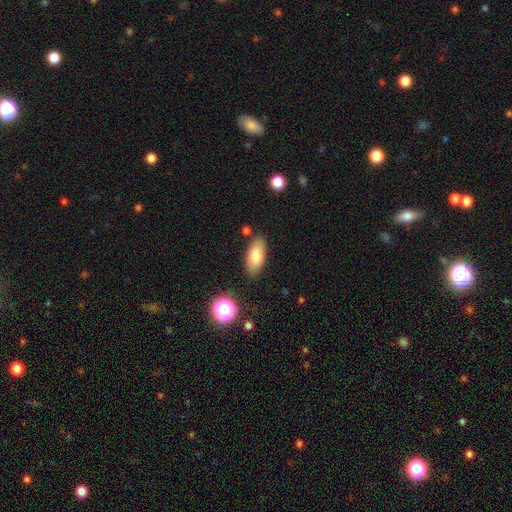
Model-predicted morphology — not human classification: A smooth galaxy with no disk features (80%) that is in between round and cigar-shaped (87%).

Vote fractions:
- Smooth or featured? smooth: 80% / featured or disk: 13% / star or artifact: 8%
- How rounded? in between: 87% / cigar-shaped: 10% / round: 3%
- Merging? none: 82% / minor disturbance: 12% / merger: 3% / major disturbance: 3%